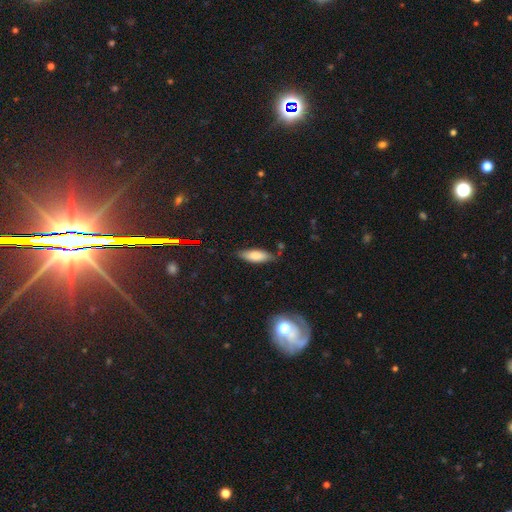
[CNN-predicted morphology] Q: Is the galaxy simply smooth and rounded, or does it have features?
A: smooth — 77%.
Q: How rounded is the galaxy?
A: in between — 66%.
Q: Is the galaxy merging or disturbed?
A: none — 76%.